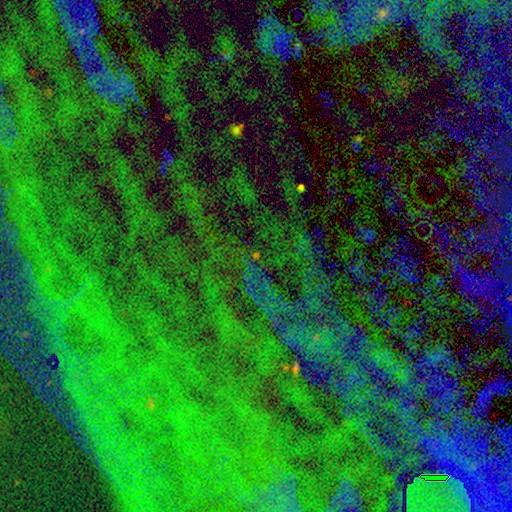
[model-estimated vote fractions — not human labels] smooth_or_featured: star or artifact (p=0.79) [alt: smooth p=0.11]